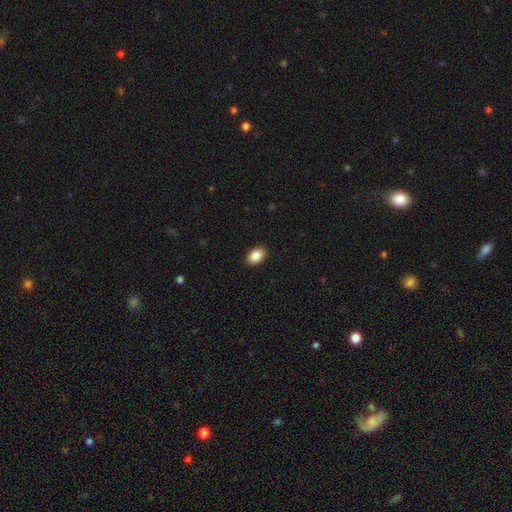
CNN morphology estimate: Smooth or featured?
  - smooth: 87% *
  - star or artifact: 8%
  - featured or disk: 5%
How rounded?
  - in between: 85% *
  - round: 14%
  - cigar-shaped: 1%
Merging?
  - none: 90% *
  - minor disturbance: 8%
  - major disturbance: 2%
  - merger: 1%